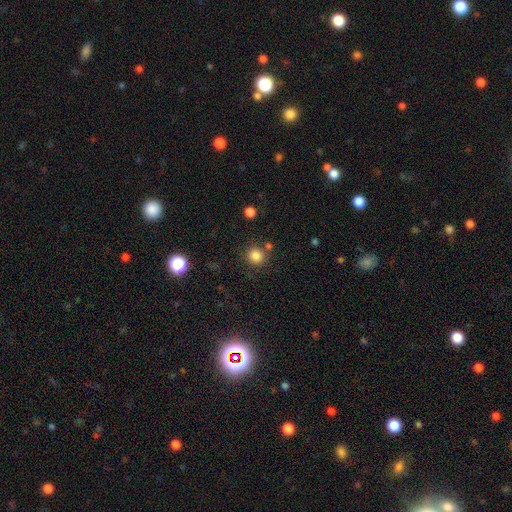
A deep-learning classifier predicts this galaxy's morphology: type=smooth (84%); roundness=round (91%); merging=none (79%).